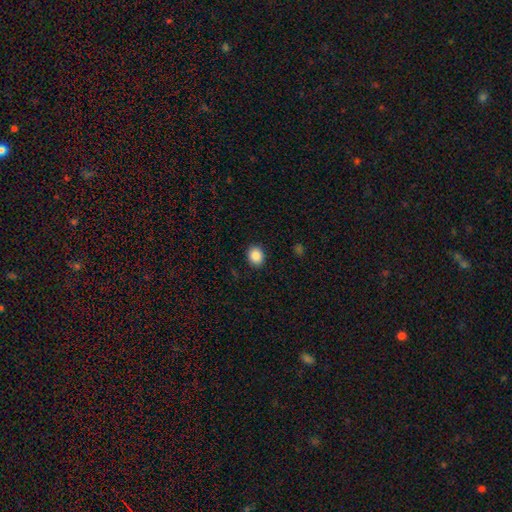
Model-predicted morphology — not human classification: Smooth or featured?
  - smooth: 88% *
  - star or artifact: 9%
  - featured or disk: 3%
How rounded?
  - round: 60% *
  - in between: 39%
  - cigar-shaped: 1%
Merging?
  - none: 90% *
  - minor disturbance: 7%
  - major disturbance: 2%
  - merger: 1%